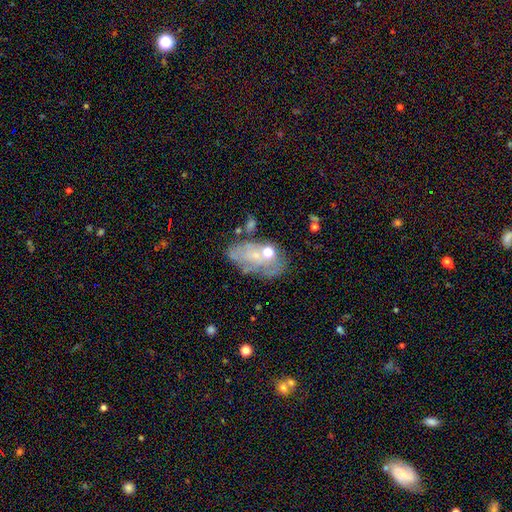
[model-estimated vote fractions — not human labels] Smooth or featured? featured or disk (56%)
Edge-on disk? no (95%)
Bar? no (84%)
Spiral arms? no (60%)
Bulge size? small (52%)
Merging? none (49%)